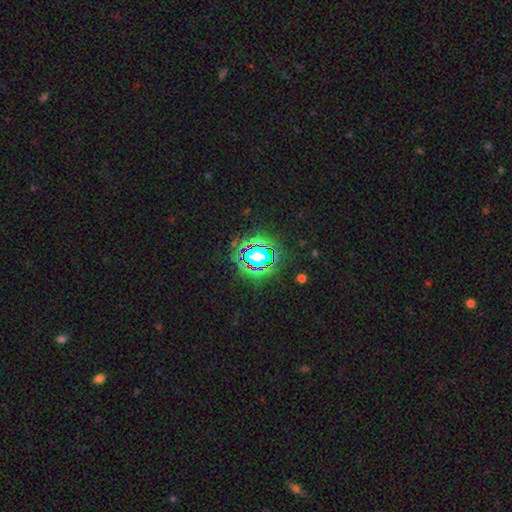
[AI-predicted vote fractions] This appears to be a star or artifact, not a galaxy (65%).